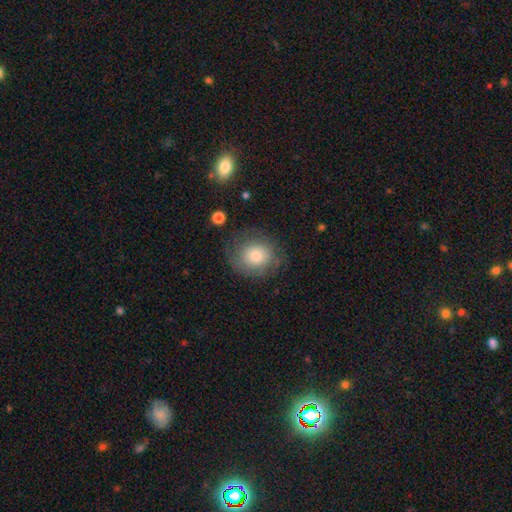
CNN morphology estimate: smooth-or-featured: smooth: 65% | featured or disk: 25% | star or artifact: 9%
  how-rounded: round: 80% | in between: 19% | cigar-shaped: 1%
  merging: none: 70% | minor disturbance: 18% | major disturbance: 10% | merger: 2%